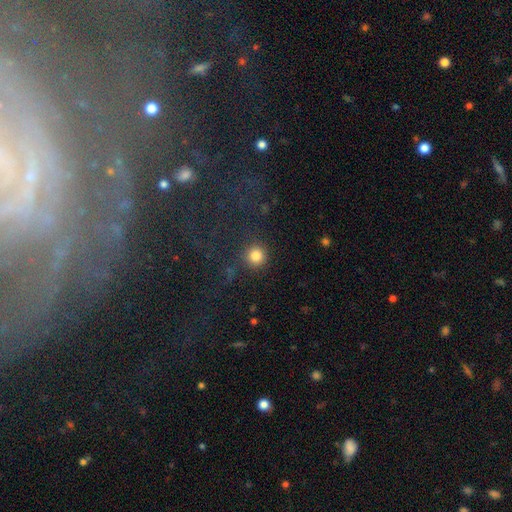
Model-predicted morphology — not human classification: Overall: smooth (83%). How rounded: round (95%). Merging: none (88%).